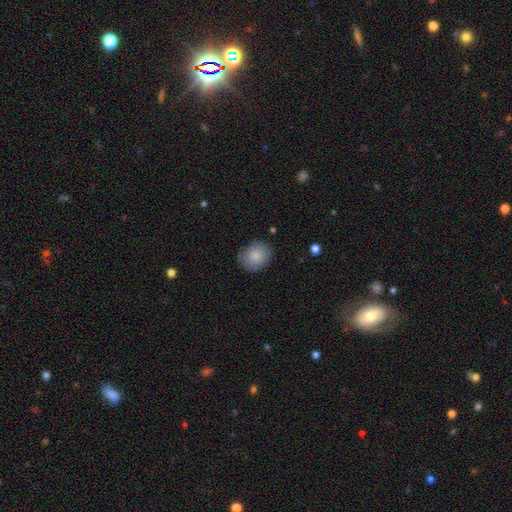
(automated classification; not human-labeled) Smooth or featured?
  - smooth: 85% *
  - featured or disk: 8%
  - star or artifact: 7%
How rounded?
  - round: 63% *
  - in between: 36%
  - cigar-shaped: 1%
Merging?
  - none: 78% *
  - minor disturbance: 17%
  - major disturbance: 4%
  - merger: 1%